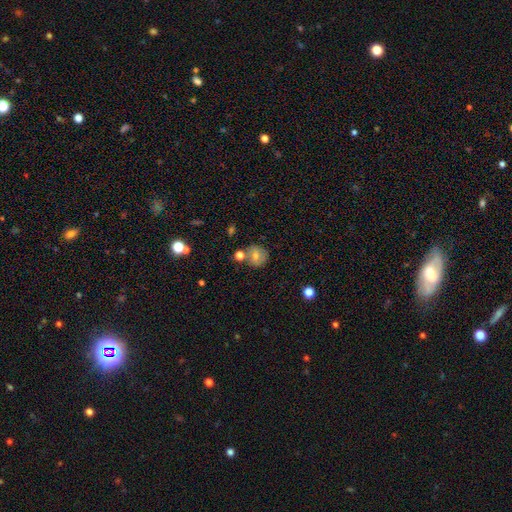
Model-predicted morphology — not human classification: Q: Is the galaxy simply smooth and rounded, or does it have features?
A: smooth — 64%.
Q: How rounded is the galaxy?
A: round — 84%.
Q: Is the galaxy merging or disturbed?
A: none — 68%.